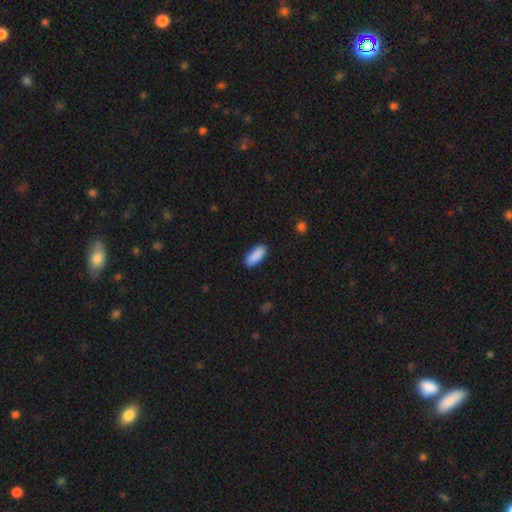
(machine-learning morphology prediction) A smooth galaxy with no disk features (90%) that is in between round and cigar-shaped (80%).

Vote fractions:
- Smooth or featured? smooth: 90% / star or artifact: 6% / featured or disk: 4%
- How rounded? in between: 80% / cigar-shaped: 18% / round: 2%
- Merging? none: 88% / minor disturbance: 9% / major disturbance: 2% / merger: 1%